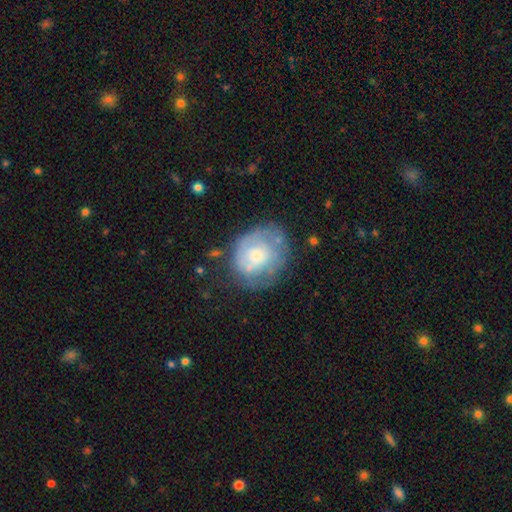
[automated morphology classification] Q: Smooth or featured?
A: featured or disk (47%); runner-up: smooth (45%)
Q: Merging?
A: none (56%); runner-up: minor disturbance (26%)